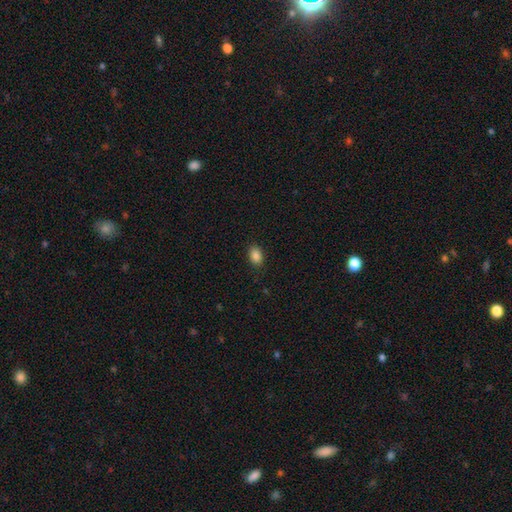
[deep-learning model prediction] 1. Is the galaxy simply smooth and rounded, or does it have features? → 87% smooth, 9% star or artifact, 4% featured or disk.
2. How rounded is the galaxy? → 84% in between, 15% round, 1% cigar-shaped.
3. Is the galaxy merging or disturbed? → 87% none, 10% minor disturbance, 2% major disturbance, 1% merger.